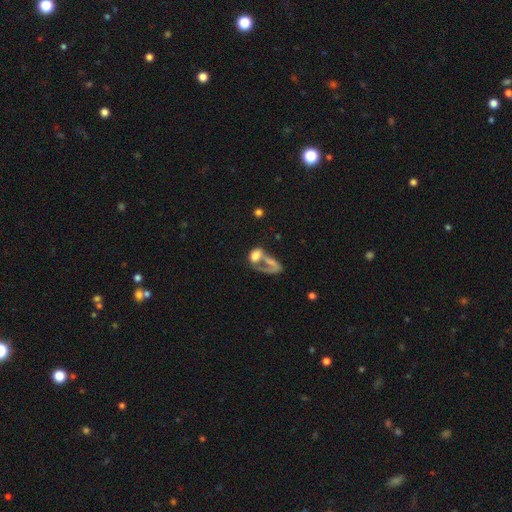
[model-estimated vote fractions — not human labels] The model was most divided on "smooth or featured": smooth: 52%, featured or disk: 37%, star or artifact: 11%. More confident: how rounded — in between (76%); merging — merger (54%).